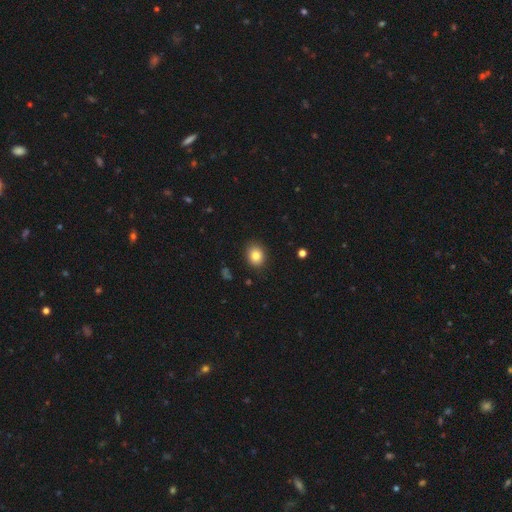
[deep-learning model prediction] A smooth galaxy with no disk features (83%) that is round (53%). Merging: none (88%).